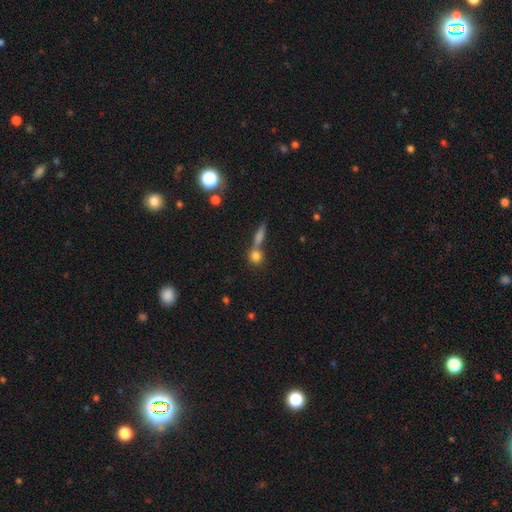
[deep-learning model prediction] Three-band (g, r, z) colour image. It shows a smooth galaxy with no disk features (76%) that is round (79%). Merging: none (54%).